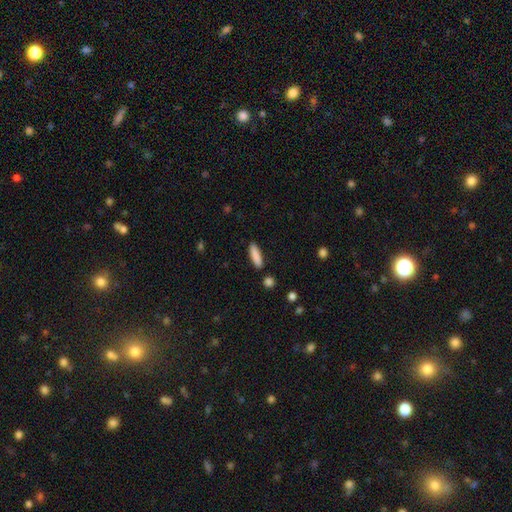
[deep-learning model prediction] smooth-or-featured: smooth: 87% | featured or disk: 7% | star or artifact: 6%
  how-rounded: cigar-shaped: 70% | in between: 28% | round: 2%
  merging: none: 89% | minor disturbance: 8% | merger: 2% | major disturbance: 2%